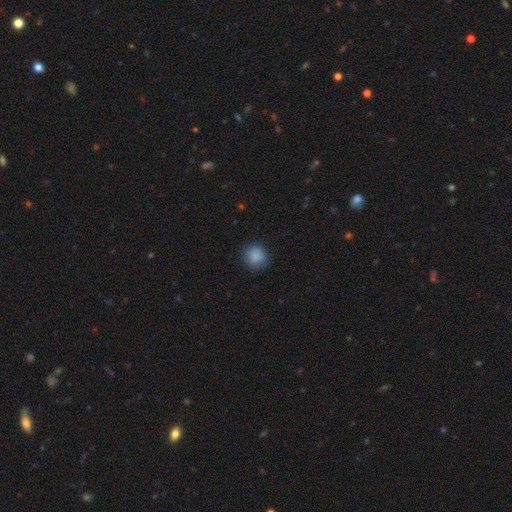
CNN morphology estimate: This appears to be a smooth galaxy with no disk features (86%) that is round (88%). Merging: none (79%).